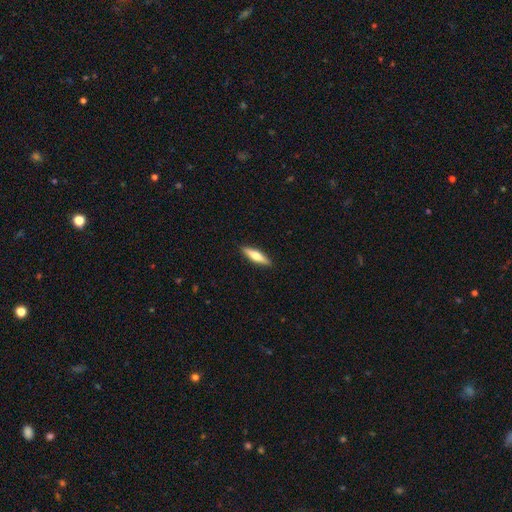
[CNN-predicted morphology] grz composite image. It shows a smooth galaxy with no disk features (55%) that is cigar-shaped (74%). Merging: none (91%).